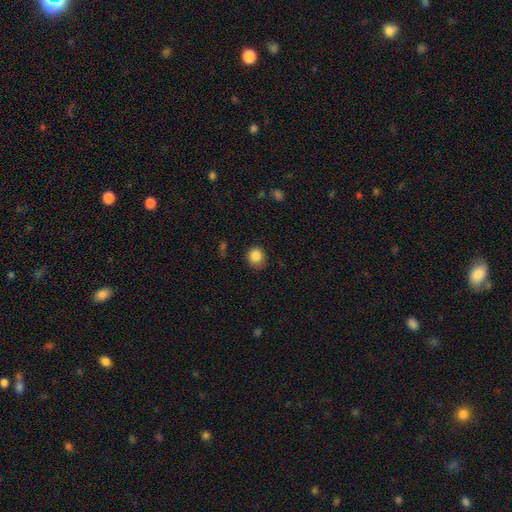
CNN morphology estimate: smooth 85%, star or artifact 10%, featured or disk 5%. Down the decision tree: how rounded — round (86%); merging — none (80%).